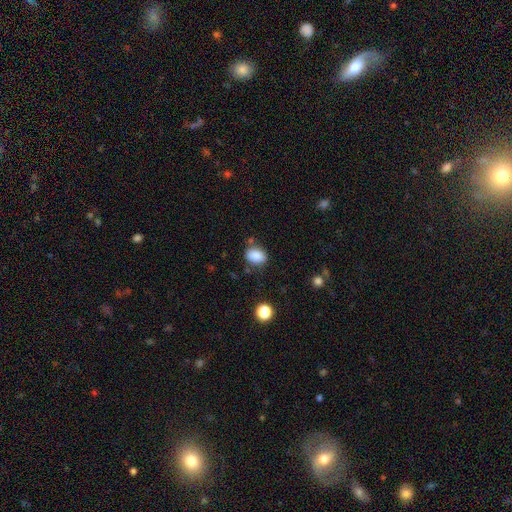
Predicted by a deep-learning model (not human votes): Smooth or featured? smooth (87%)
How rounded? in between (72%)
Merging? none (75%)